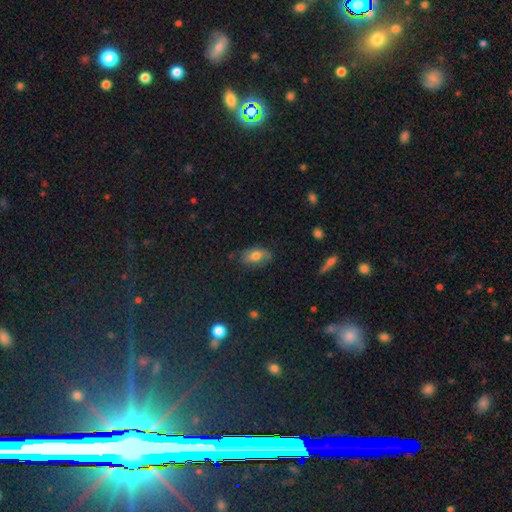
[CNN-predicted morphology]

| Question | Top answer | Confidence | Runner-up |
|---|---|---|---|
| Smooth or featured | smooth | 61% | featured or disk (28%) |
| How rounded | in between | 89% | round (8%) |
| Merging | none | 72% | minor disturbance (21%) |